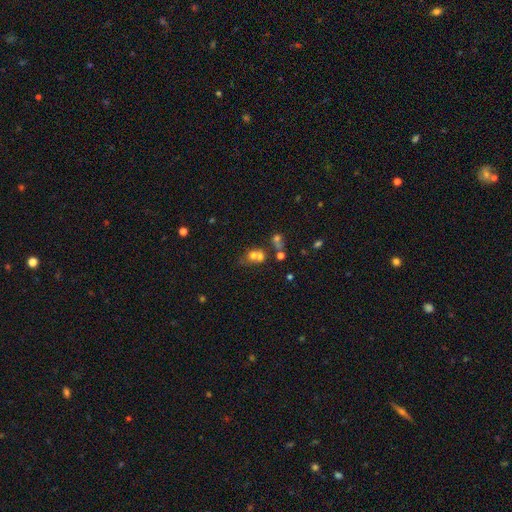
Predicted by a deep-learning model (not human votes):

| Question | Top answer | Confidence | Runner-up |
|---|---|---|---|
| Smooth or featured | smooth | 60% | featured or disk (22%) |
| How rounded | round | 70% | in between (29%) |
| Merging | merger | 55% | none (31%) |